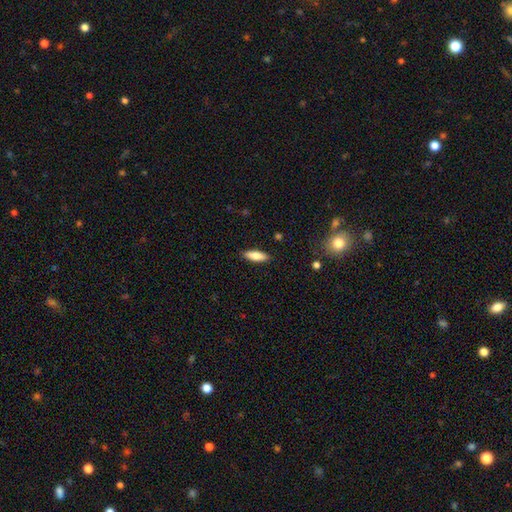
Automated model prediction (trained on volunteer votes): Smooth or featured: smooth — 84% (featured or disk — 10%)
How rounded: in between — 55% (cigar-shaped — 43%)
Merging: none — 88% (minor disturbance — 9%)